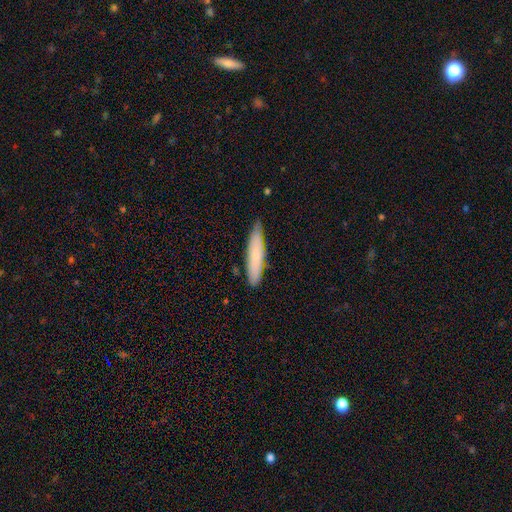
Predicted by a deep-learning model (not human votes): This is likely a smooth galaxy (65%). How rounded: clearly cigar-shaped (82%). Merging: likely none (80%).